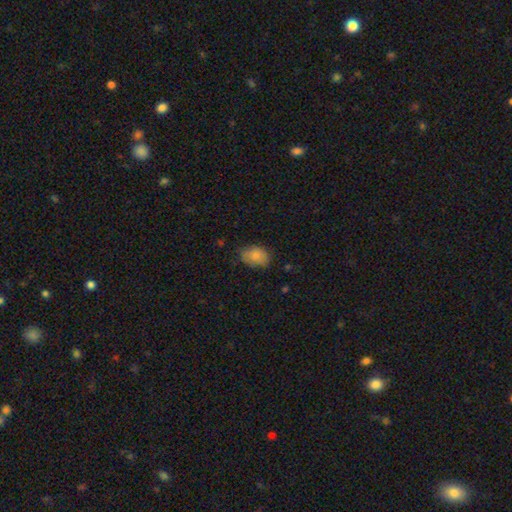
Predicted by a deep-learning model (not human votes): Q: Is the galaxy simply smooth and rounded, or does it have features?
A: smooth — 80%.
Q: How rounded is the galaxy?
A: in between — 80%.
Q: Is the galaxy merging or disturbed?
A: none — 63%.